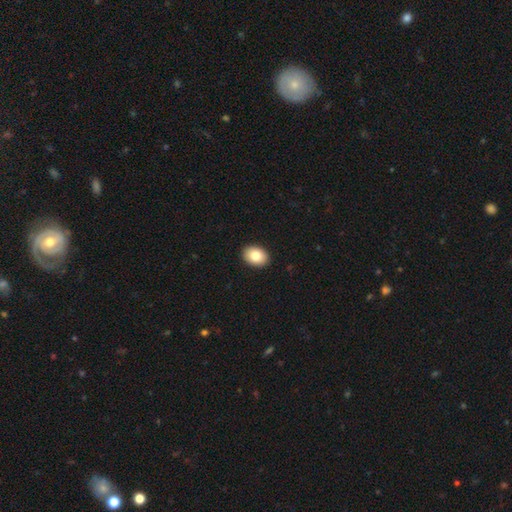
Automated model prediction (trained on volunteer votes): Smooth or featured?
  - smooth: 83% *
  - featured or disk: 9%
  - star or artifact: 8%
How rounded?
  - in between: 76% *
  - round: 23%
  - cigar-shaped: 1%
Merging?
  - none: 92% *
  - minor disturbance: 6%
  - major disturbance: 1%
  - merger: 1%